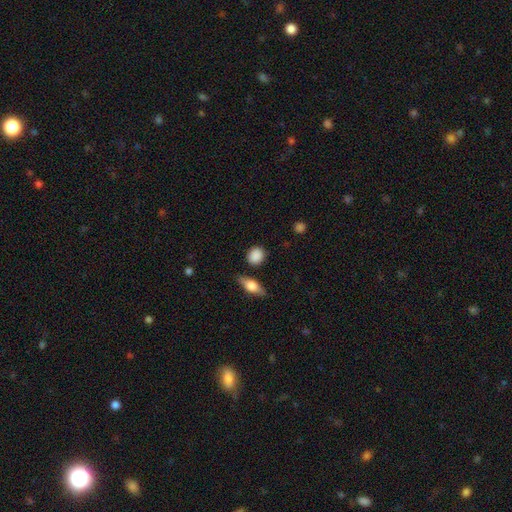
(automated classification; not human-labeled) This appears to be a smooth galaxy with no disk features (86%) that is round (78%). Merging: none (83%).